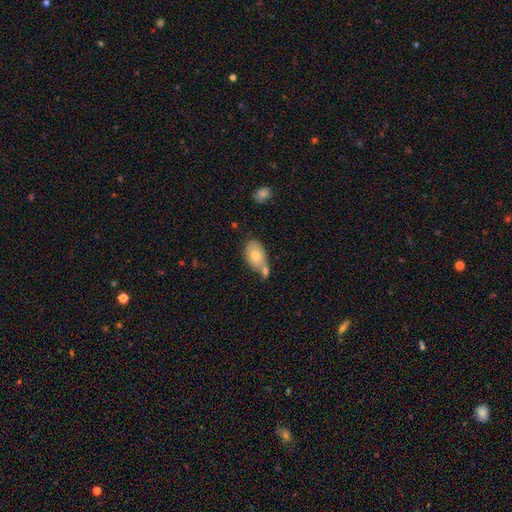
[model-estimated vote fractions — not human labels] Overall: smooth (77%). How rounded: in between (90%). Merging: none (43%; merger 33%).